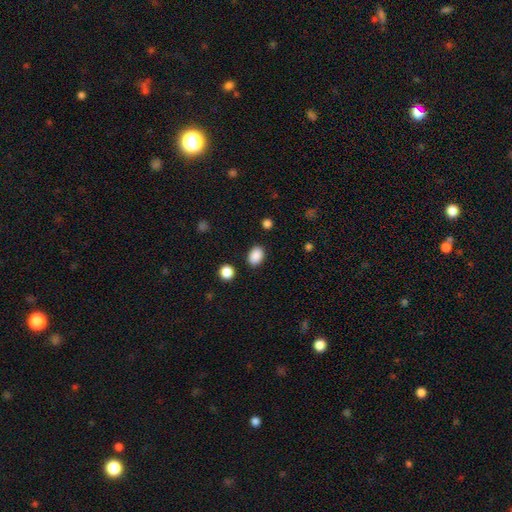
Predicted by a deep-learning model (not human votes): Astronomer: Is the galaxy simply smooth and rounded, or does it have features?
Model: smooth — 89%.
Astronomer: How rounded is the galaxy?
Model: in between — 76%.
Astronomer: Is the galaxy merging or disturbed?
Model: none — 86%.